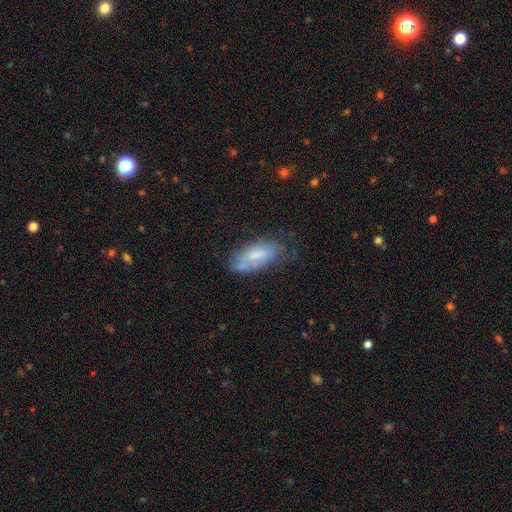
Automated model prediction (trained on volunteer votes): Smooth or featured? smooth (62%)
How rounded? in between (83%)
Merging? none (48%)